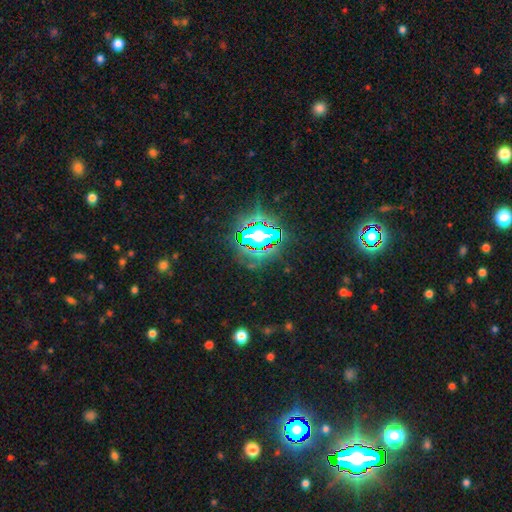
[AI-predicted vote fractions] A star or artifact, not a galaxy (79%).